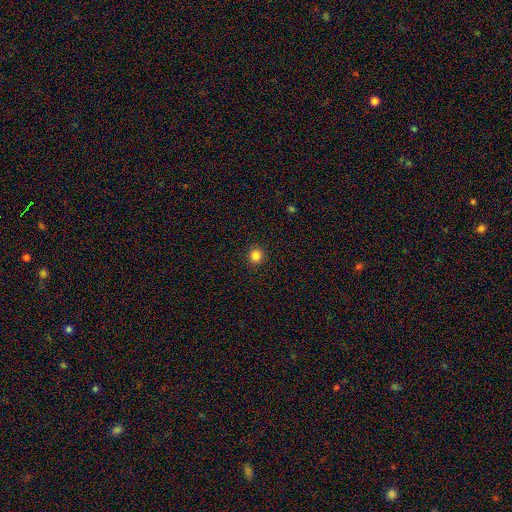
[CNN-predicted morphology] This is clearly a smooth galaxy (84%). How rounded: clearly round (93%). Merging: clearly none (92%).